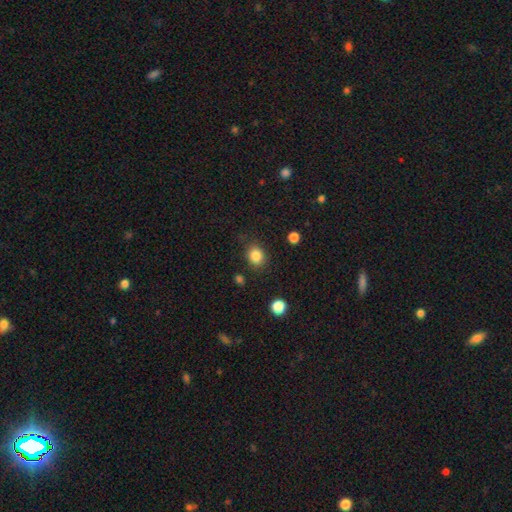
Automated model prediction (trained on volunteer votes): A smooth galaxy with no disk features (85%) that is round (64%). Merging: none (82%).